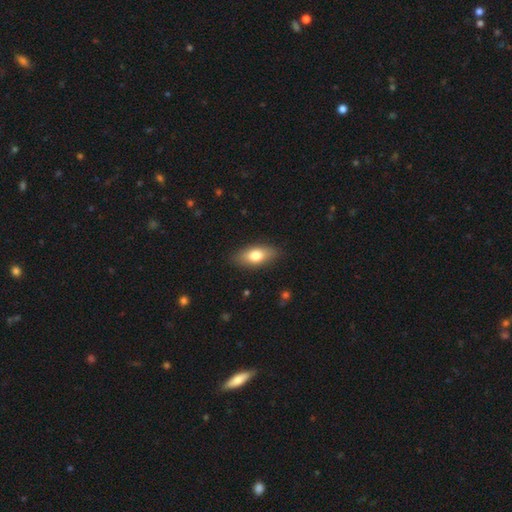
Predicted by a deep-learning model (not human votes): This is likely a smooth galaxy (75%). How rounded: clearly in between (83%). Merging: clearly none (86%).